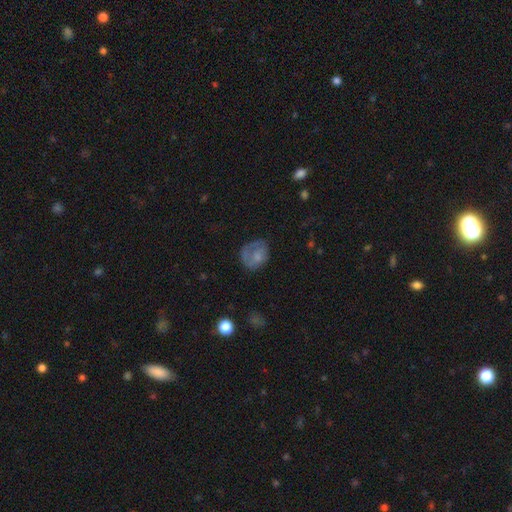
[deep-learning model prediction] Smooth or featured: smooth — 59% (featured or disk — 32%)
How rounded: round — 61% (in between — 38%)
Merging: none — 48% (minor disturbance — 27%)